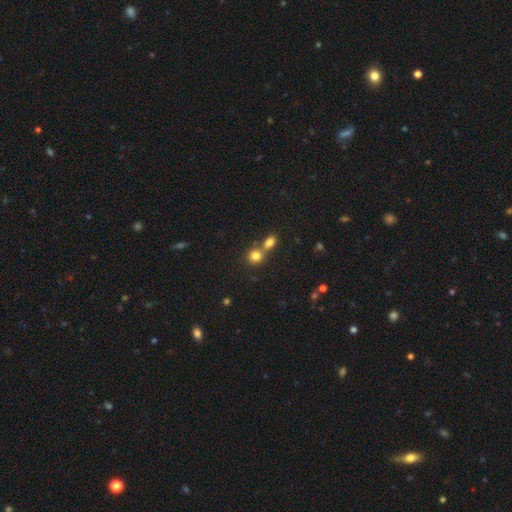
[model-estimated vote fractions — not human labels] Smooth or featured? smooth (81%)
How rounded? round (81%)
Merging? none (46%)